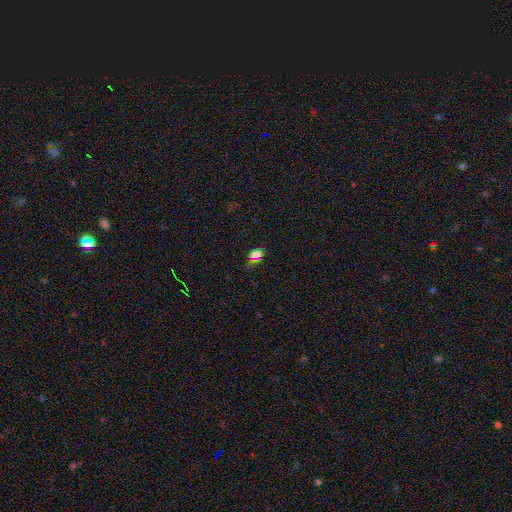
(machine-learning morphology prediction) A smooth galaxy with no disk features (62%) that is in between round and cigar-shaped (75%). Merging: none (77%).